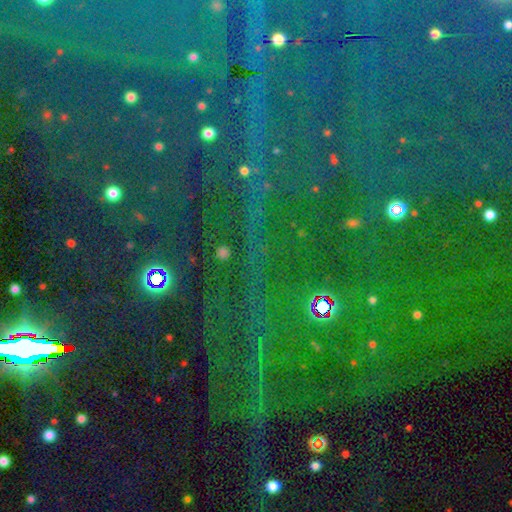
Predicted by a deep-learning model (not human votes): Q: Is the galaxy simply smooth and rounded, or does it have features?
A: star or artifact — 83%.